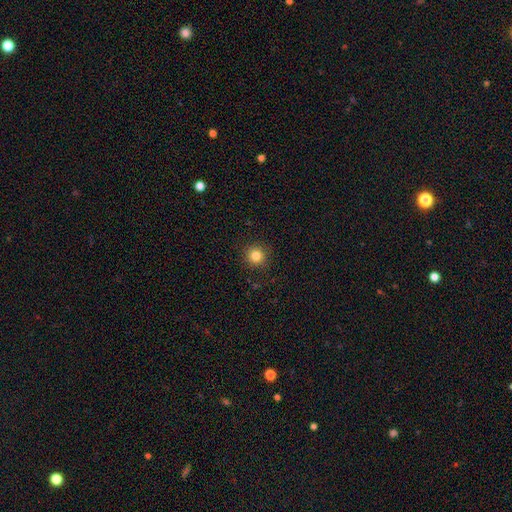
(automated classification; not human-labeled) smooth_or_featured: smooth (p=0.83) [alt: star or artifact p=0.12]
how_rounded: round (p=0.94) [alt: in between p=0.05]
merging: none (p=0.91) [alt: minor disturbance p=0.06]